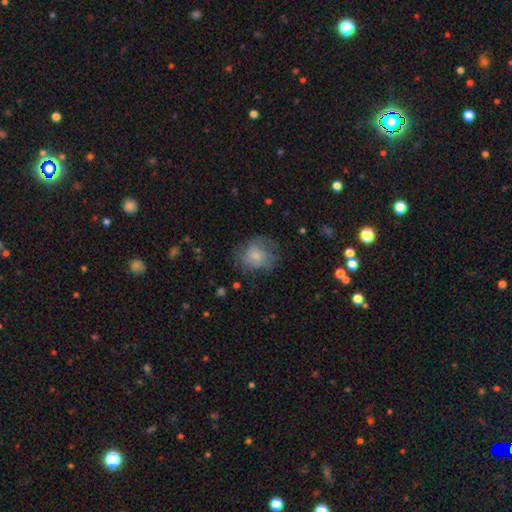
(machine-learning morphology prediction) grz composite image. It shows a smooth galaxy with no disk features (66%) that is round (68%). Merging: none (53%).